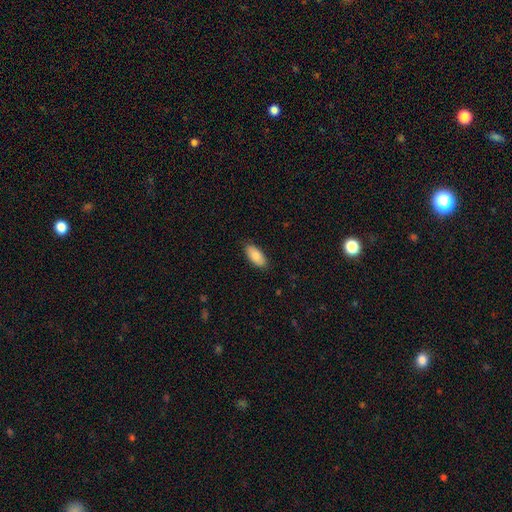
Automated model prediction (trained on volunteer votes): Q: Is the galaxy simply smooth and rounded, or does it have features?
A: smooth — 83%.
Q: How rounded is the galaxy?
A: in between — 90%.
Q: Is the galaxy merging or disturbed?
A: none — 87%.